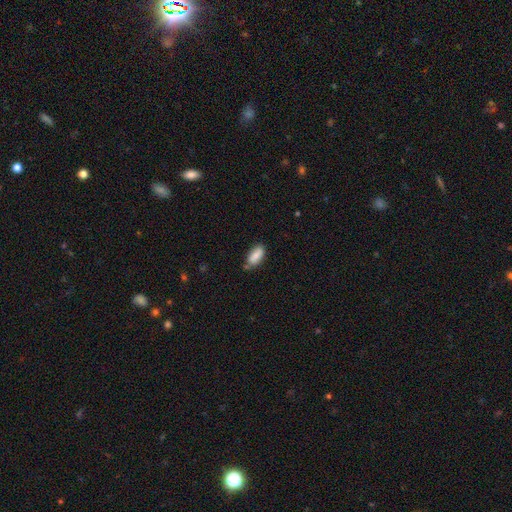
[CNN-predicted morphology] A smooth galaxy with no disk features (84%) that is in between round and cigar-shaped (84%).

Vote fractions:
- Smooth or featured? smooth: 84% / featured or disk: 9% / star or artifact: 7%
- How rounded? in between: 84% / cigar-shaped: 13% / round: 2%
- Merging? none: 64% / minor disturbance: 26% / merger: 6% / major disturbance: 4%